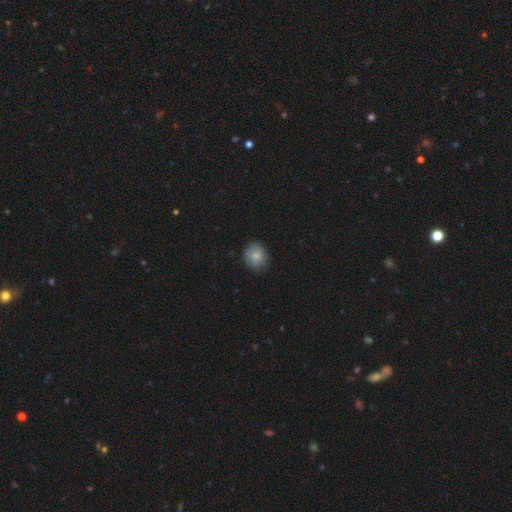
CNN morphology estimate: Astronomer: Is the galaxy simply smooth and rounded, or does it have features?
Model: smooth — 81%.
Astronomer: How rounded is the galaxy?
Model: round — 71%.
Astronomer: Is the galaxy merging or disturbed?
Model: none — 76%.